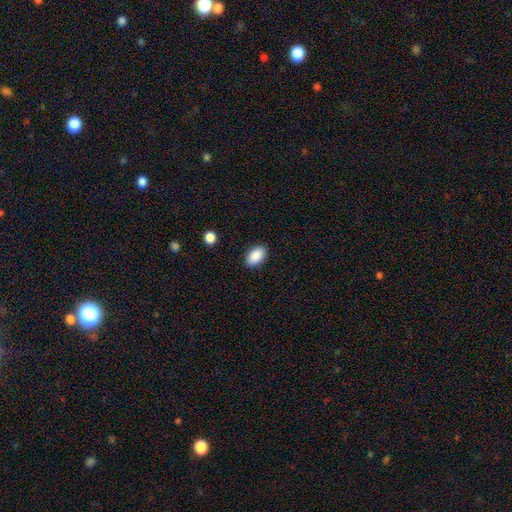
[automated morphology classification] Smooth or featured: smooth — 90% (star or artifact — 7%)
How rounded: in between — 92% (round — 7%)
Merging: none — 88% (minor disturbance — 8%)